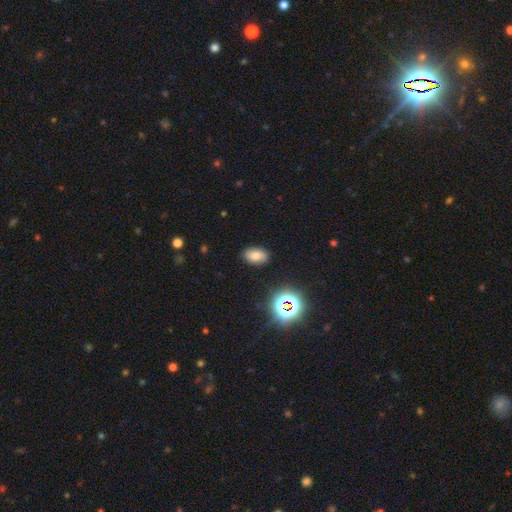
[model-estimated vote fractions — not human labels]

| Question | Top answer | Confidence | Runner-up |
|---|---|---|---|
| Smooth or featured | smooth | 72% | star or artifact (16%) |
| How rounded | in between | 89% | round (10%) |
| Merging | none | 87% | minor disturbance (9%) |